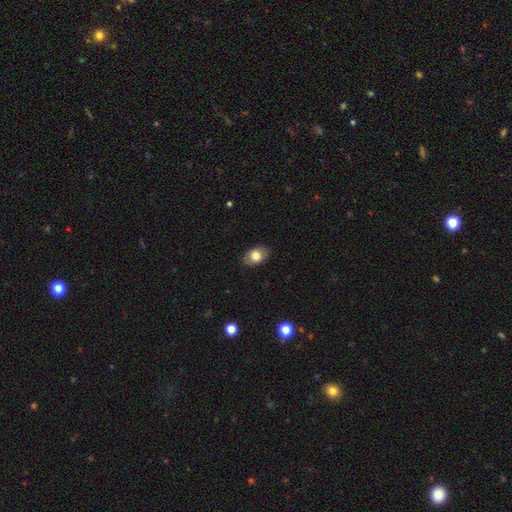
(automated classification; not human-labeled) Smooth or featured? smooth (80%)
How rounded? in between (82%)
Merging? none (85%)